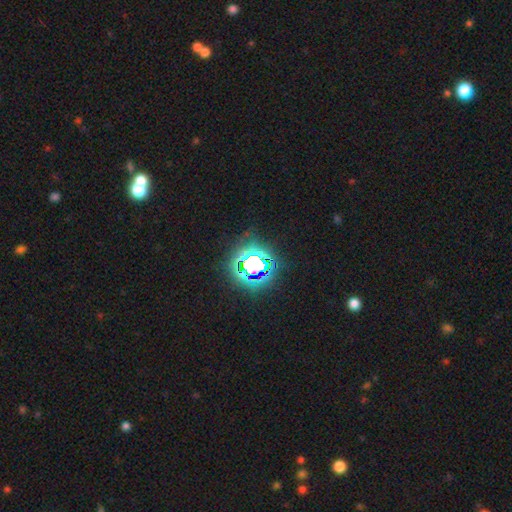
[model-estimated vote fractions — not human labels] This appears to be a star or artifact, not a galaxy (77%).